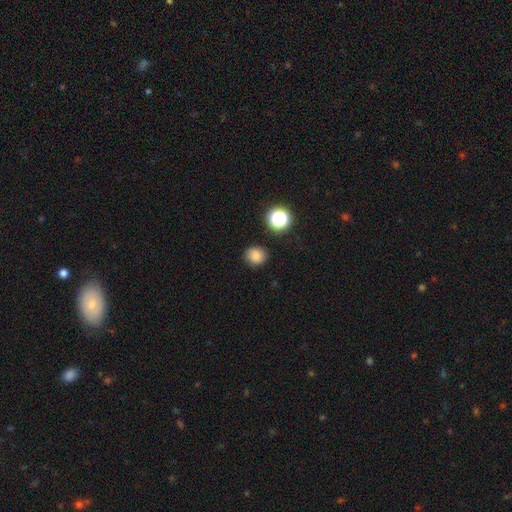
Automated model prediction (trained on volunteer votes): Q: Smooth or featured?
A: smooth (81%); runner-up: star or artifact (14%)
Q: How rounded?
A: round (82%); runner-up: in between (17%)
Q: Merging?
A: none (84%); runner-up: minor disturbance (11%)